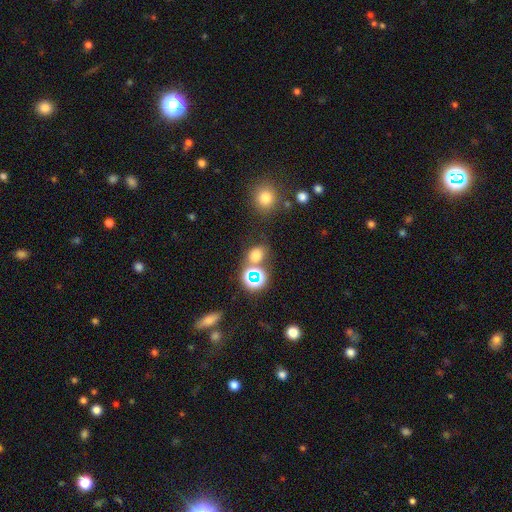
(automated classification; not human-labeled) smooth_or_featured: smooth (p=0.63) [alt: star or artifact p=0.29]
how_rounded: round (p=0.53) [alt: in between p=0.46]
merging: none (p=0.66) [alt: merger p=0.16]